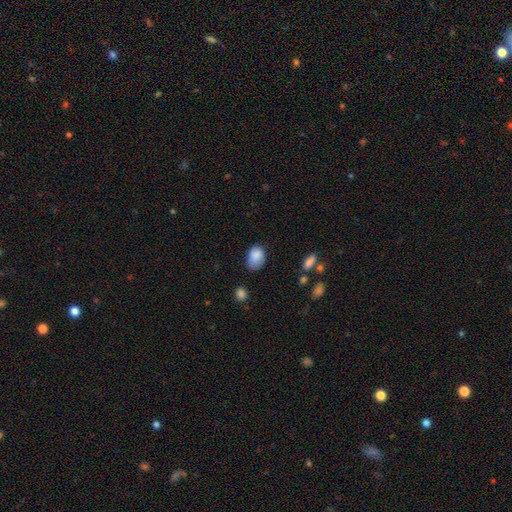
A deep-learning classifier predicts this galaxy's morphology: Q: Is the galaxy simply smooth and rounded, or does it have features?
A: smooth — 86%.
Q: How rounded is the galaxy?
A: in between — 80%.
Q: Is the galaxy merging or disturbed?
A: none — 57%.